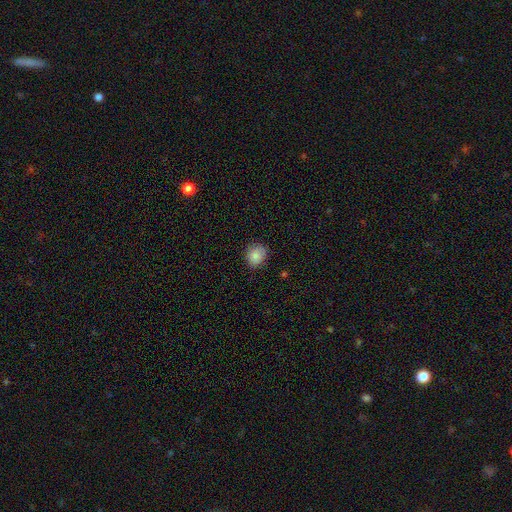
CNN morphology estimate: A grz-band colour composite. It shows a smooth galaxy with no disk features (85%) that is round (65%). Merging: none (77%).